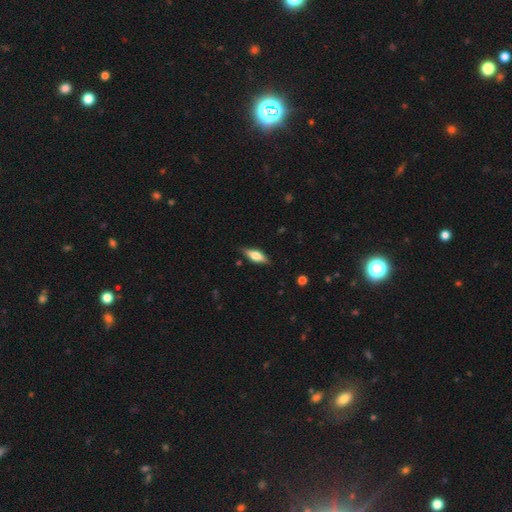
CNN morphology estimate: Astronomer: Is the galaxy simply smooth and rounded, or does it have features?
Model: smooth — 52% (runner-up: featured or disk, 41%).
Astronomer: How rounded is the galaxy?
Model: in between — 63%.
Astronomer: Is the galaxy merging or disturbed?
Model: none — 83%.